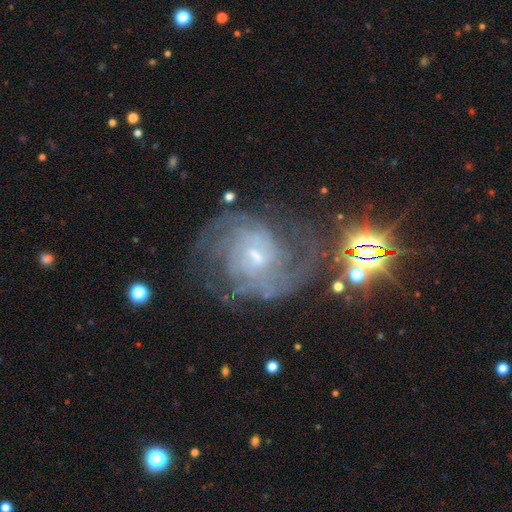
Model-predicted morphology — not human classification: Smooth or featured? Predicted: featured or disk (p=0.84). Edge-on disk? Predicted: no (p=0.98). Bar? Predicted: weak (p=0.50). Spiral arms? Predicted: yes (p=0.95). Spiral winding? Predicted: tight (p=0.50). Spiral arm count? Predicted: 2 (p=0.32, tied with can't tell). Bulge size? Predicted: small (p=0.65). Merging? Predicted: none (p=0.66).